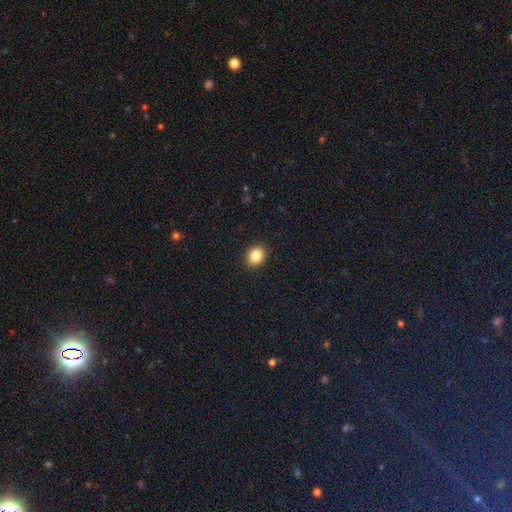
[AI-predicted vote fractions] Smooth or featured: smooth — 85% (star or artifact — 10%)
How rounded: round — 54% (in between — 46%)
Merging: none — 91% (minor disturbance — 6%)